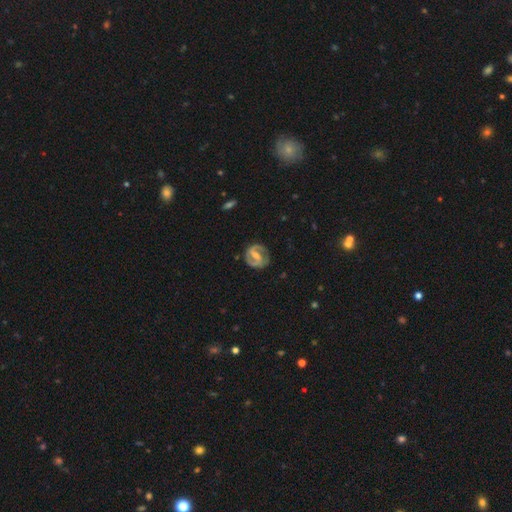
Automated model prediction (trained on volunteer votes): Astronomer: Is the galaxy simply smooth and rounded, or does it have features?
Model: featured or disk — 83%.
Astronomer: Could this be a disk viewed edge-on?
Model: no — 97%.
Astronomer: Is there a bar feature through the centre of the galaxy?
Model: strong — 47% (runner-up: weak, 40%).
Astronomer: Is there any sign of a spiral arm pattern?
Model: yes — 91%.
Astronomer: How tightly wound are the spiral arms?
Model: medium — 47% (runner-up: tight, 37%).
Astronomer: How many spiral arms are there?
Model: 2 — 87%.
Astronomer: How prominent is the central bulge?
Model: moderate — 43% (runner-up: small, 40%).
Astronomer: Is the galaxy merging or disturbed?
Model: none — 77%.